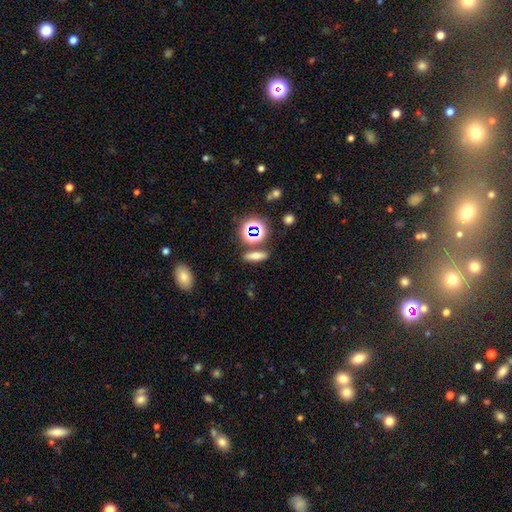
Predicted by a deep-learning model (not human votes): This appears to be a smooth galaxy with no disk features (59%) that is cigar-shaped (52%). Merging: none (80%).